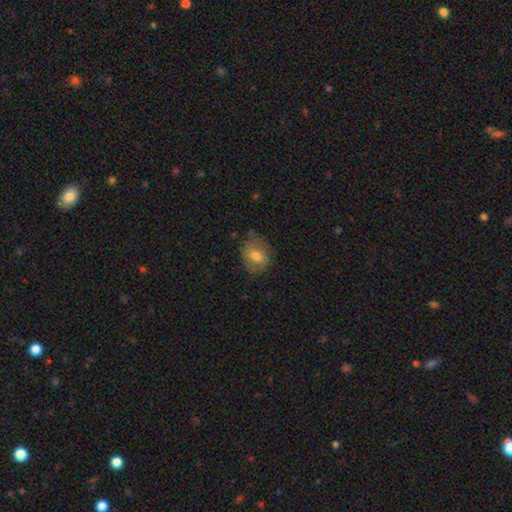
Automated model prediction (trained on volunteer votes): smooth 67%, featured or disk 24%, star or artifact 9%. Down the decision tree: how rounded — in between (51%); merging — none (66%).